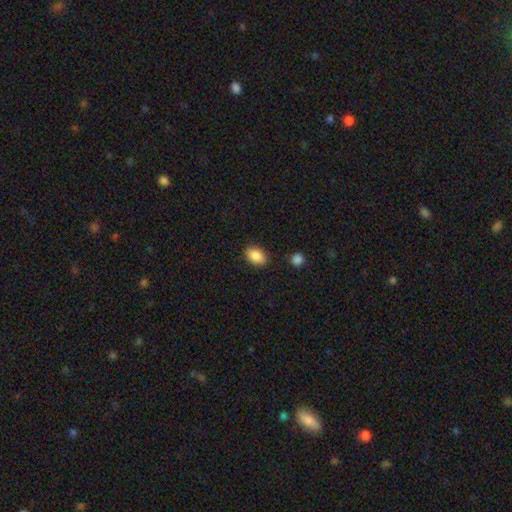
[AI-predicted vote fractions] Overall: smooth (88%). How rounded: in between (86%). Merging: none (84%).